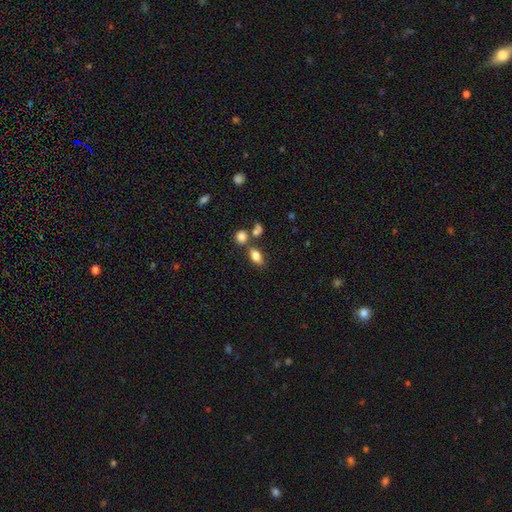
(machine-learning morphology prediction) Smooth or featured? Predicted: smooth (p=0.80). How rounded? Predicted: in between (p=0.84). Merging? Predicted: none (p=0.62).